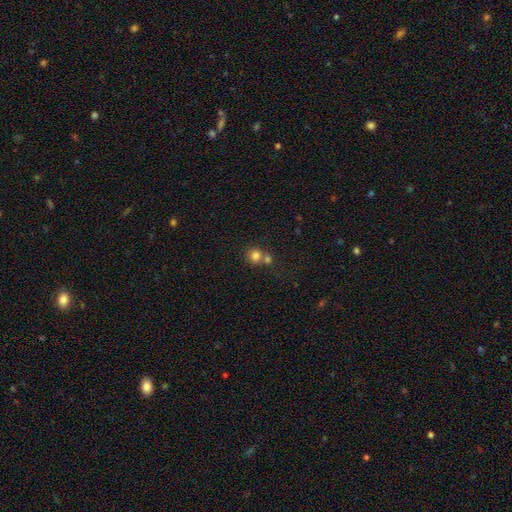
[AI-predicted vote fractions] smooth 80%, star or artifact 12%, featured or disk 8%. Down the decision tree: how rounded — round (87%); merging — none (49%).